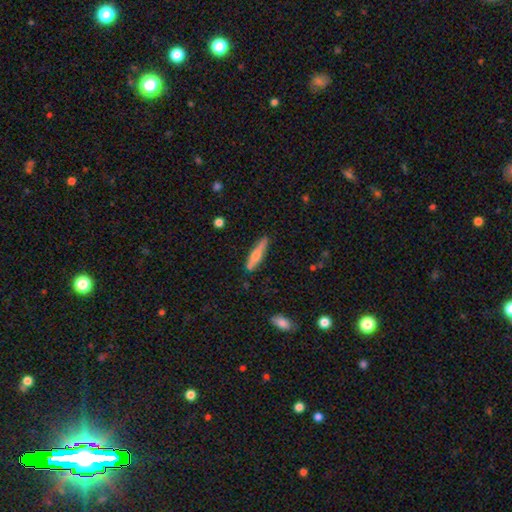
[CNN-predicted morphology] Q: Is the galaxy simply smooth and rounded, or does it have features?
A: smooth — 61%.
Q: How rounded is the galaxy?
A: cigar-shaped — 85%.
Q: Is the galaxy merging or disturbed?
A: none — 82%.